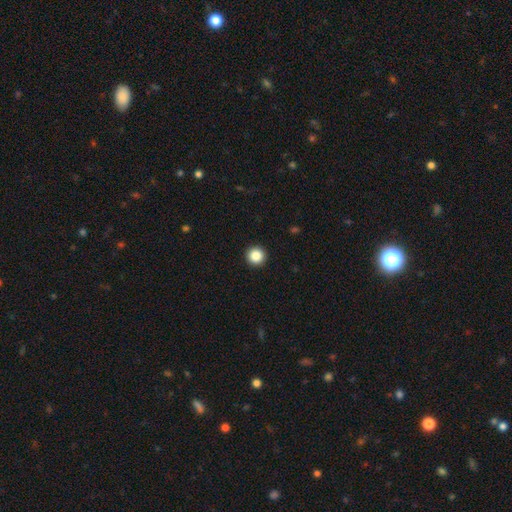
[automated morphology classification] This appears to be a smooth galaxy with no disk features (87%) that is round (97%). Merging: none (94%).